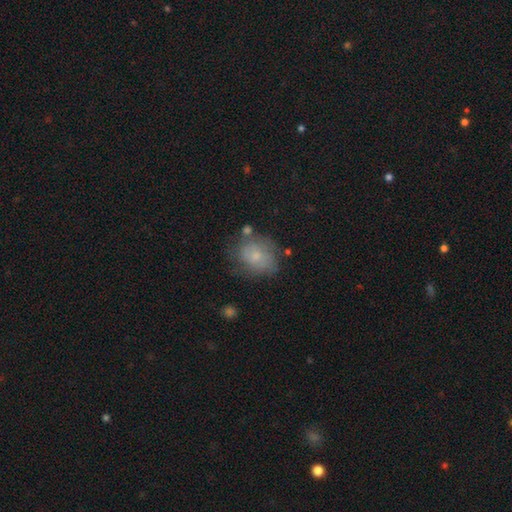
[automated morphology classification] smooth-or-featured: smooth: 61% | featured or disk: 30% | star or artifact: 9%
  how-rounded: round: 60% | in between: 39% | cigar-shaped: 1%
  merging: none: 56% | minor disturbance: 26% | major disturbance: 12% | merger: 5%